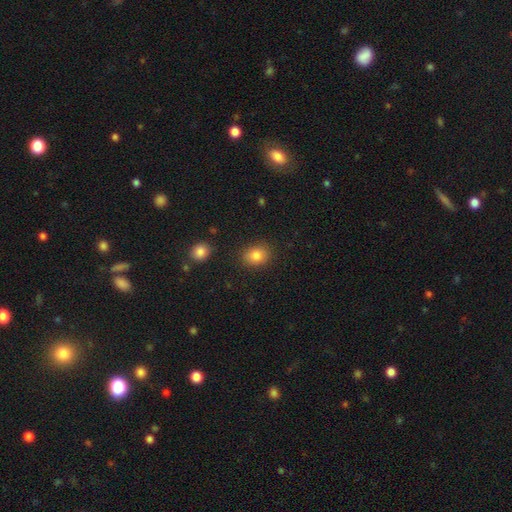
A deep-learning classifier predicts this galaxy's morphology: This is clearly a smooth galaxy (84%). How rounded: possibly round (54%). Merging: clearly none (85%).